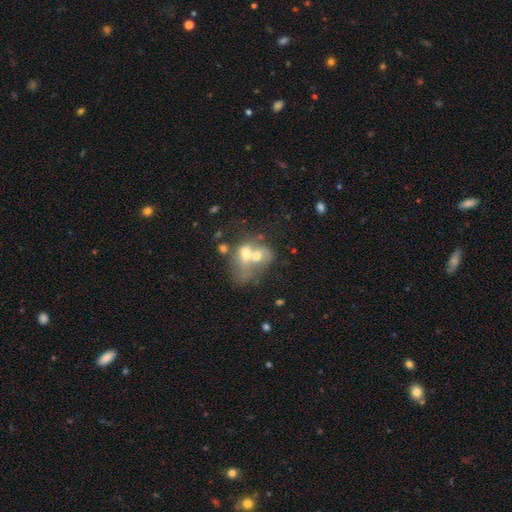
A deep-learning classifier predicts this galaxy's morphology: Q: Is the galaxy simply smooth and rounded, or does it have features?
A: smooth — 47%.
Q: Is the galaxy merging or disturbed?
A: merger — 74%.